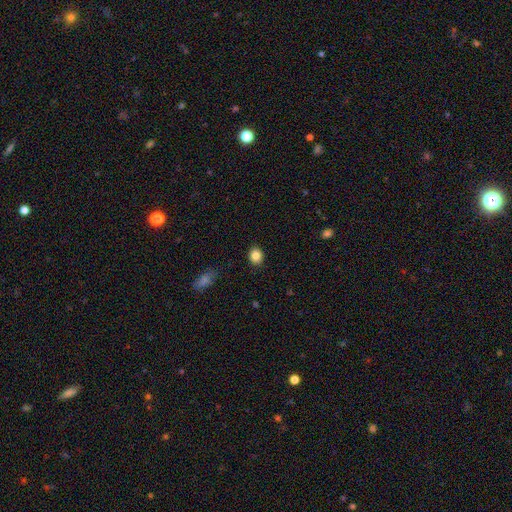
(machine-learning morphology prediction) Smooth or featured: smooth — 85% (star or artifact — 9%)
How rounded: round — 65% (in between — 34%)
Merging: none — 90% (minor disturbance — 7%)